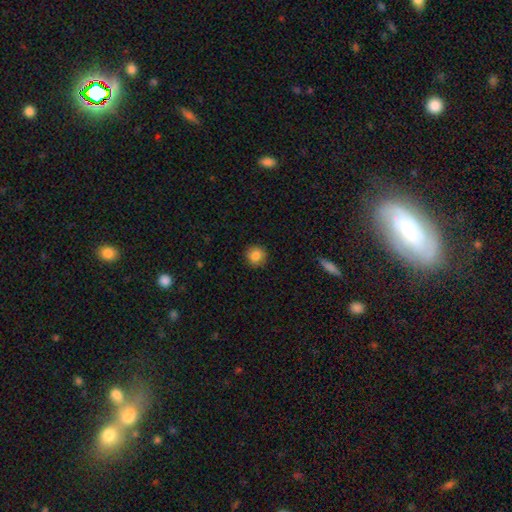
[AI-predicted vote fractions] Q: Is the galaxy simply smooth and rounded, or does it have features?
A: smooth — 84%.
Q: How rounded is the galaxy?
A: round — 93%.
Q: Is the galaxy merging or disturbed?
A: none — 91%.